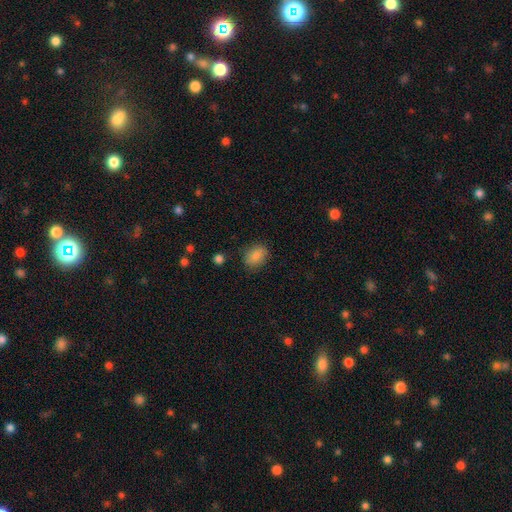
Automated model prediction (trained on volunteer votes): Overall: smooth (84%). How rounded: in between (67%; round 32%). Merging: none (82%).